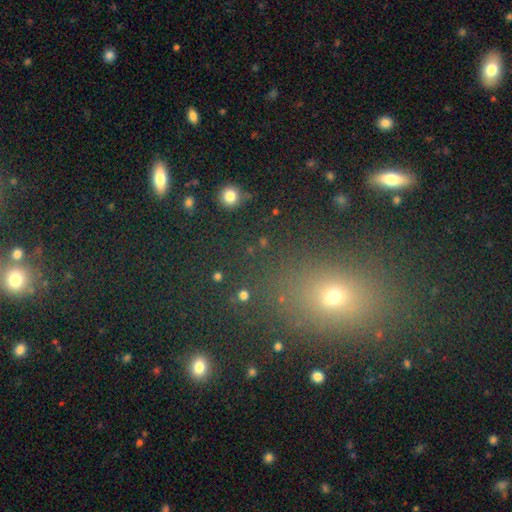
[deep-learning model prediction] smooth 51%, star or artifact 37%, featured or disk 13%. Down the decision tree: how rounded — in between (50%); merging — none (81%).